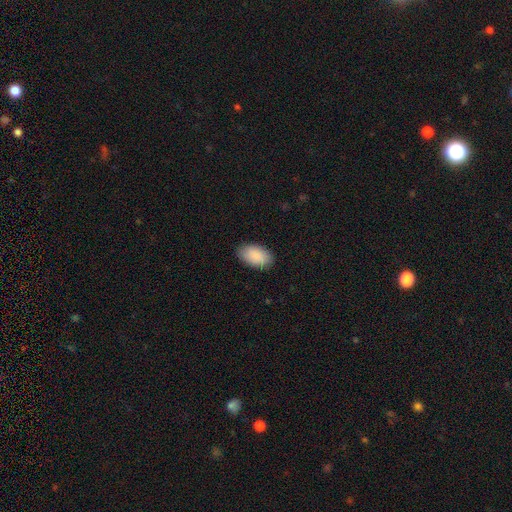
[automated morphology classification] Smooth or featured? smooth (90%)
How rounded? in between (95%)
Merging? none (87%)